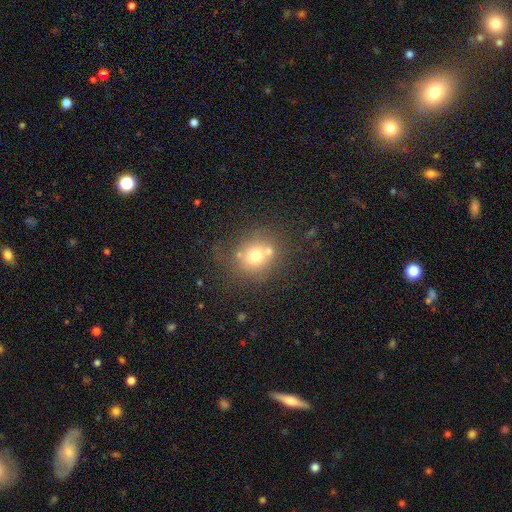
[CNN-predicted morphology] A smooth galaxy with no disk features (67%) that is round (78%).

Vote fractions:
- Smooth or featured? smooth: 67% / featured or disk: 18% / star or artifact: 15%
- How rounded? round: 78% / in between: 21% / cigar-shaped: 1%
- Merging? none: 56% / merger: 24% / minor disturbance: 14% / major disturbance: 6%